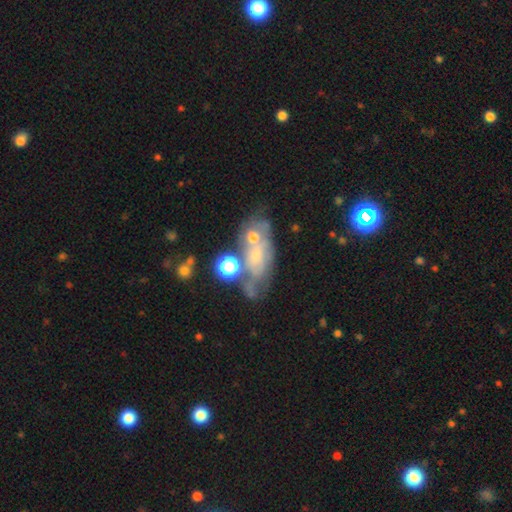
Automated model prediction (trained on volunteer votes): featured or disk 48%, smooth 38%, star or artifact 14%. Down the decision tree: merging — merger (32%).